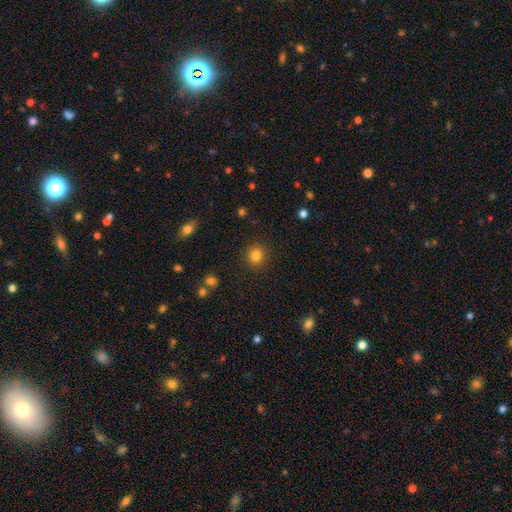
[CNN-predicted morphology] smooth_or_featured: smooth (p=0.82) [alt: star or artifact p=0.12]
how_rounded: round (p=0.89) [alt: in between p=0.10]
merging: none (p=0.90) [alt: minor disturbance p=0.06]